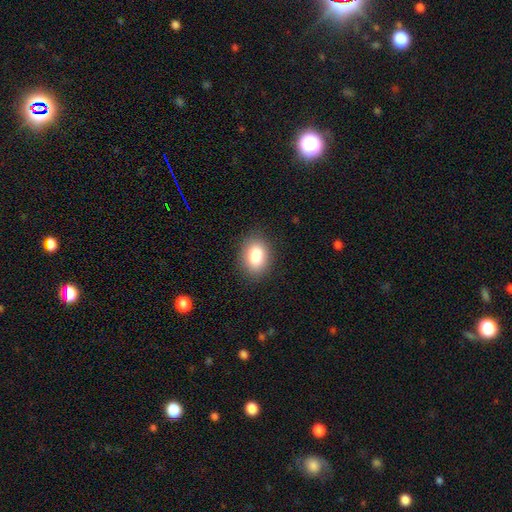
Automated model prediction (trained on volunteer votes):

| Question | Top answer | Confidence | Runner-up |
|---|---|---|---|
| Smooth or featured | smooth | 86% | star or artifact (8%) |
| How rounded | in between | 79% | round (19%) |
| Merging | none | 87% | minor disturbance (10%) |